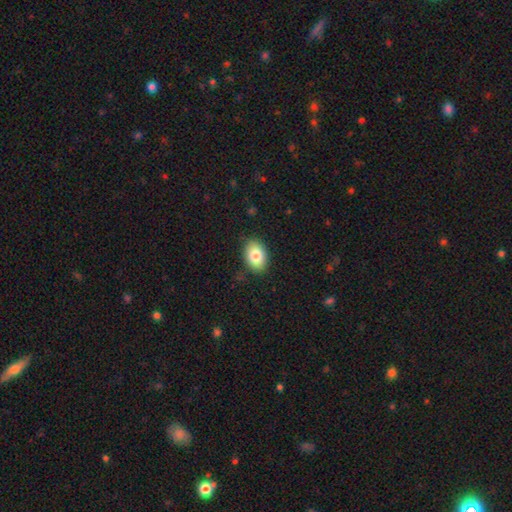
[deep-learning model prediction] This is clearly a smooth galaxy (83%). How rounded: clearly in between (85%). Merging: clearly none (87%).